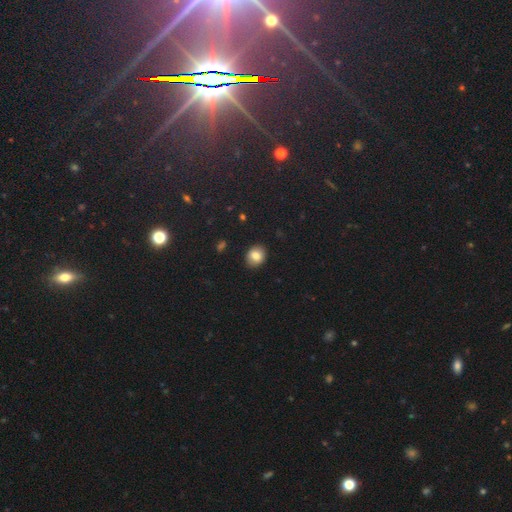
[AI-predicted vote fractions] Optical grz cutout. It shows a smooth galaxy with no disk features (82%) that is round (59%). Merging: none (86%).